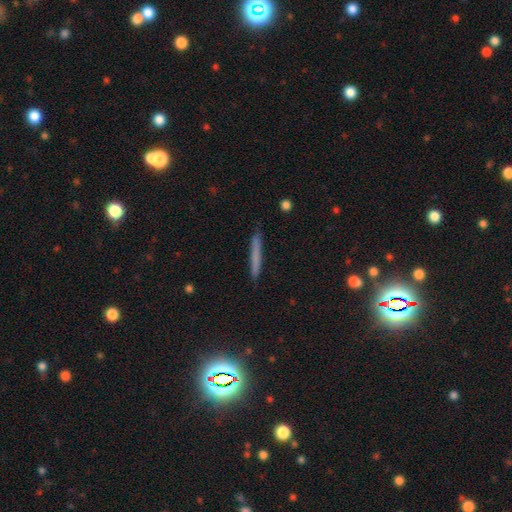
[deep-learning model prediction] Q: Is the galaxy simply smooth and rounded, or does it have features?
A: smooth — 67%.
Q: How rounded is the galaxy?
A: cigar-shaped — 96%.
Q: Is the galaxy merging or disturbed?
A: none — 89%.